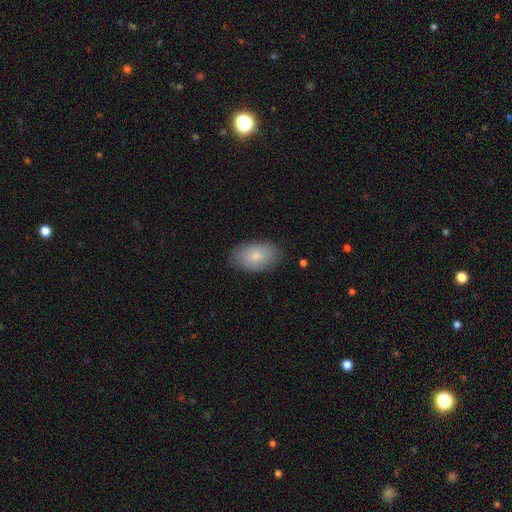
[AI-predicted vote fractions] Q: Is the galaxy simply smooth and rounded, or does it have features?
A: smooth — 78%.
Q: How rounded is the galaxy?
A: in between — 92%.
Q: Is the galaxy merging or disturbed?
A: none — 81%.